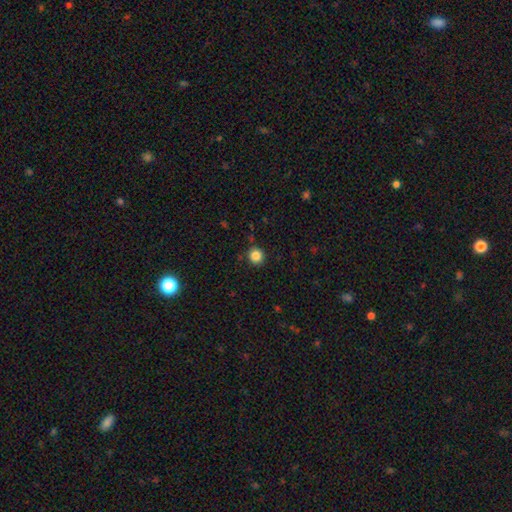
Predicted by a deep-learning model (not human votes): smooth 85%, star or artifact 11%, featured or disk 4%. Down the decision tree: how rounded — round (93%); merging — none (89%).